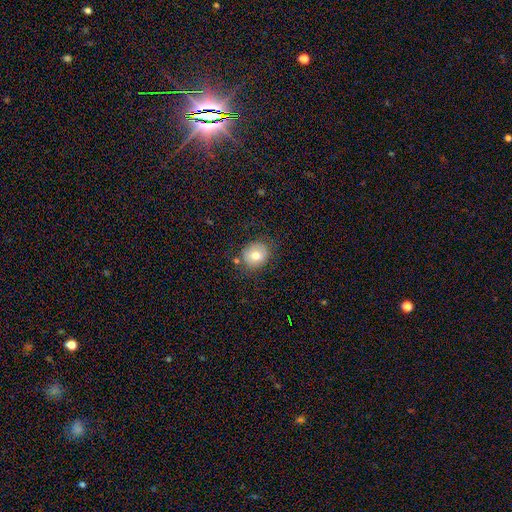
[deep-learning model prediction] Q: Smooth or featured?
A: smooth (72%); runner-up: featured or disk (18%)
Q: How rounded?
A: round (63%); runner-up: in between (36%)
Q: Merging?
A: none (74%); runner-up: minor disturbance (17%)